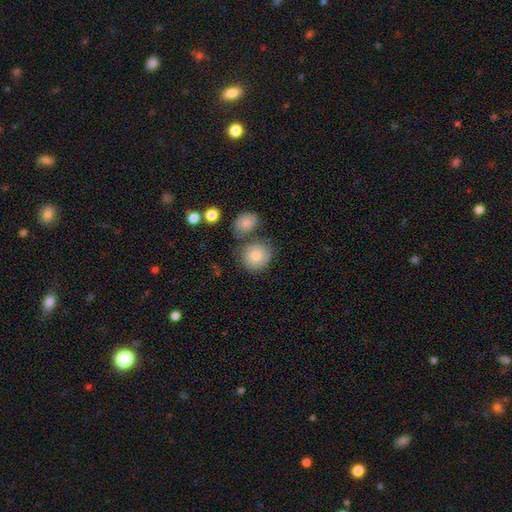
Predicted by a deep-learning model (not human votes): smooth_or_featured: smooth (p=0.70) [alt: featured or disk p=0.21]
how_rounded: round (p=0.85) [alt: in between p=0.14]
merging: none (p=0.60) [alt: merger p=0.17]